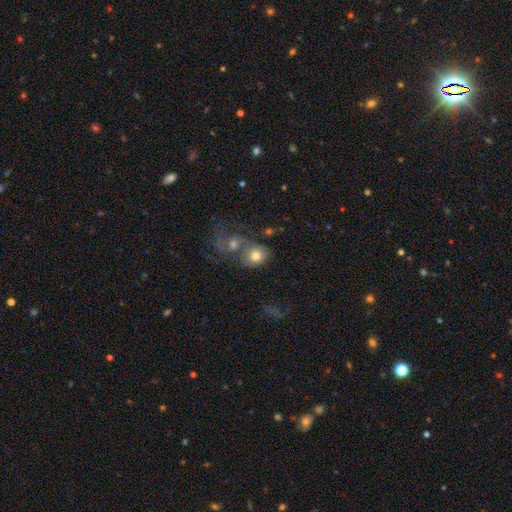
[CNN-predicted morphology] This is likely a smooth galaxy (73%). How rounded: likely round (66%). Merging: possibly merger (52%).